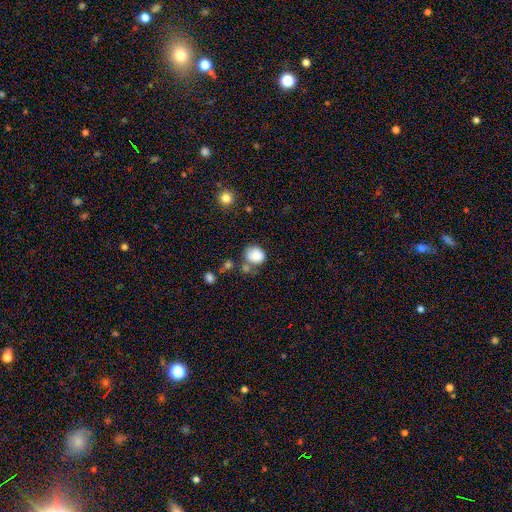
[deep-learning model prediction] Smooth or featured? Predicted: smooth (p=0.84). How rounded? Predicted: round (p=0.76). Merging? Predicted: none (p=0.59).